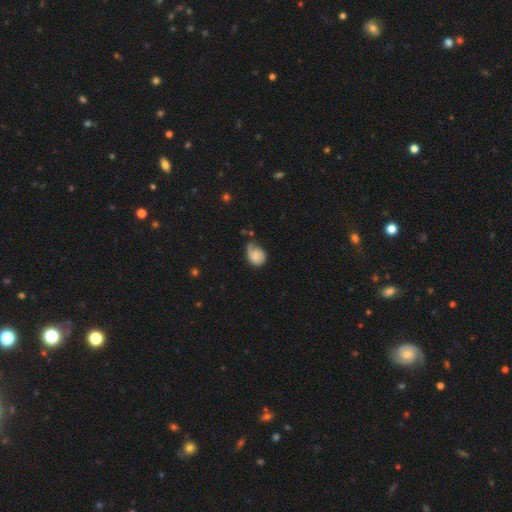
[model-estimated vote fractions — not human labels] This is likely a smooth galaxy (63%). How rounded: possibly in between (52%). Merging: marginally none (38%).